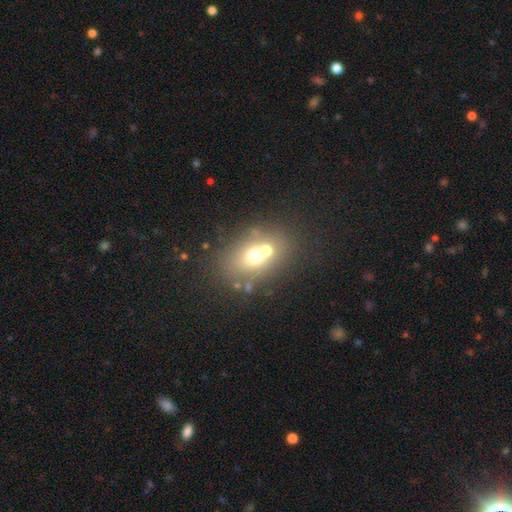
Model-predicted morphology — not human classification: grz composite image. It shows a smooth galaxy with no disk features (60%) that is in between round and cigar-shaped (55%). Merging: none (45%).